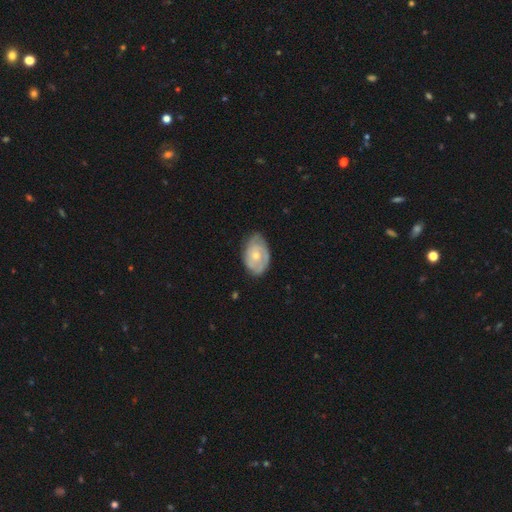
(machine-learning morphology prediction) Smooth or featured?
  - featured or disk: 65% *
  - smooth: 30%
  - star or artifact: 5%
Edge-on disk?
  - no: 96% *
  - yes: 4%
Bar?
  - no: 81% *
  - weak: 16%
  - strong: 2%
Spiral arms?
  - yes: 79% *
  - no: 21%
Bulge size?
  - moderate: 49% *
  - small: 47%
  - large: 2%
  - none: 2%
  - dominant: 1%
Merging?
  - none: 68% *
  - minor disturbance: 25%
  - major disturbance: 6%
  - merger: 1%